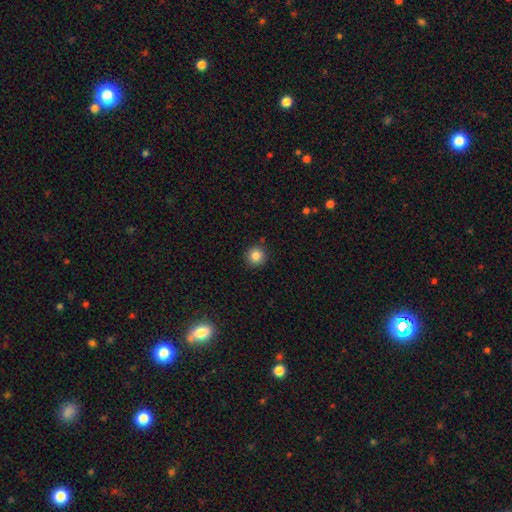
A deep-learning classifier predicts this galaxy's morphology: Smooth or featured? Predicted: smooth (p=0.85). How rounded? Predicted: round (p=0.95). Merging? Predicted: none (p=0.90).